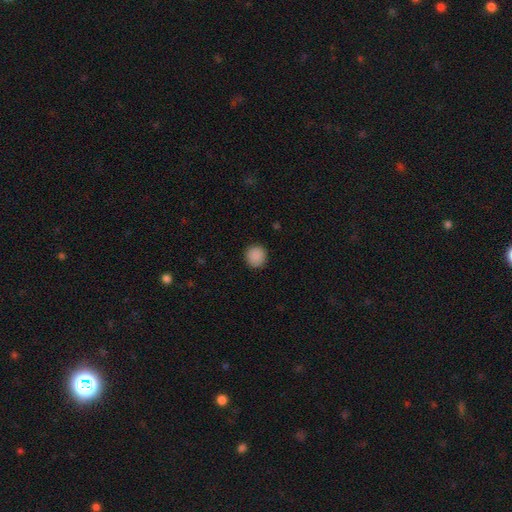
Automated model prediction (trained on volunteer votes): The model was most divided on "smooth or featured": smooth: 89%, star or artifact: 8%, featured or disk: 2%. More confident: how rounded — round (92%); merging — none (91%).